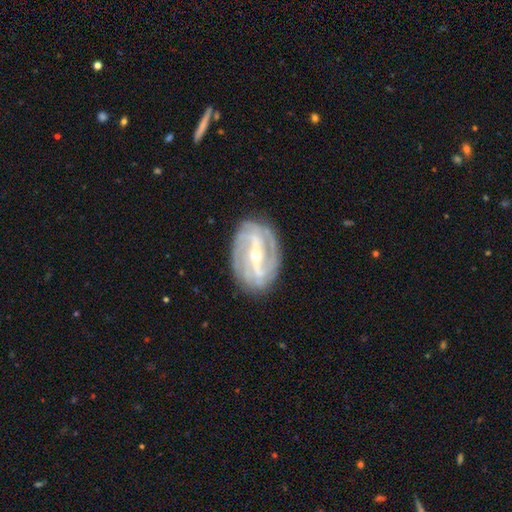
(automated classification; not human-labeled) Smooth or featured? featured or disk (89%)
Edge-on disk? no (94%)
Bar? strong (71%)
Spiral arms? yes (93%)
Spiral winding? tight (51%)
Spiral arm count? 2 (53%)
Bulge size? small (54%)
Merging? none (82%)